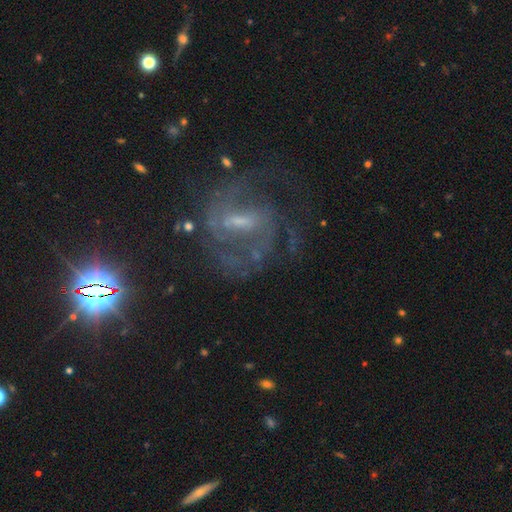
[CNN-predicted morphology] Overall: featured or disk (79%). Edge-on disk: no (96%). Bar: weak (50%; strong 34%). Spiral arms: yes (90%). Spiral arm count: 2 (59%; can't tell 20%). Spiral winding: medium (52%; tight 30%). Bulge size: small (50%; moderate 29%). Merging: none (61%).